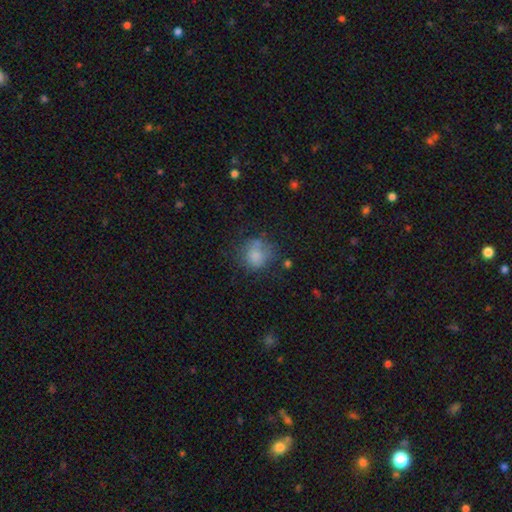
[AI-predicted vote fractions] Morphology: type=smooth (75%); roundness=round (77%); merging=none (58%).